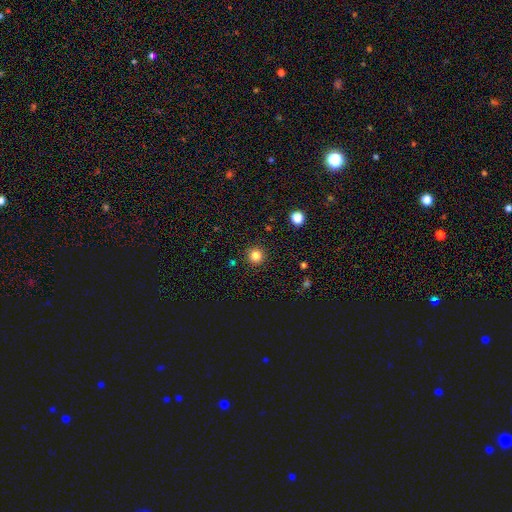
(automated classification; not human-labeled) Smooth or featured: smooth — 82% (star or artifact — 13%)
How rounded: round — 95% (in between — 4%)
Merging: none — 92% (minor disturbance — 5%)